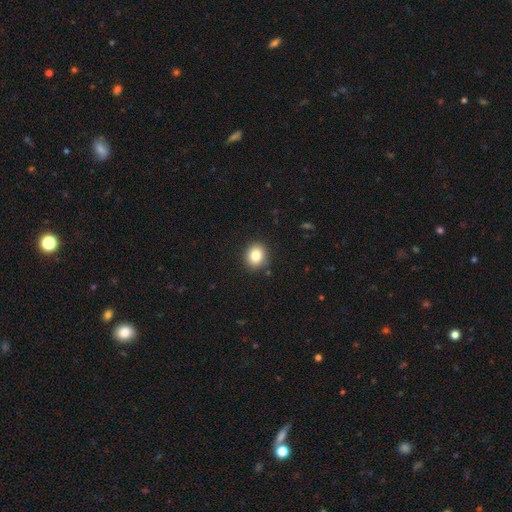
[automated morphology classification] smooth-or-featured: smooth: 82% | star or artifact: 11% | featured or disk: 7%
  how-rounded: round: 77% | in between: 22% | cigar-shaped: 1%
  merging: none: 90% | minor disturbance: 7% | major disturbance: 2% | merger: 1%